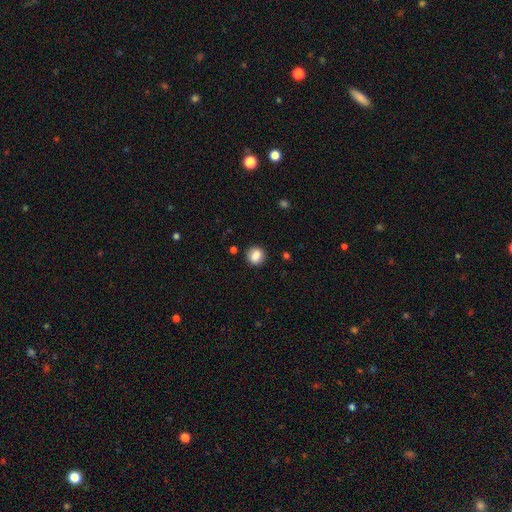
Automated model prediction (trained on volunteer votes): This is clearly a smooth galaxy (86%). How rounded: likely round (80%). Merging: clearly none (88%).